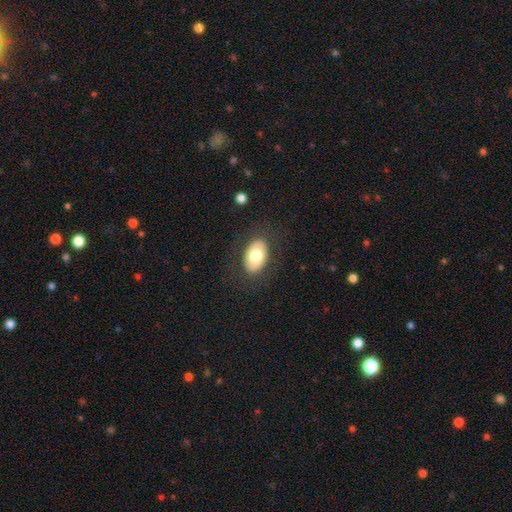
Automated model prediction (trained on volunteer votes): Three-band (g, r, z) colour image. It shows a smooth galaxy with no disk features (71%) that is in between round and cigar-shaped (92%). Merging: none (83%).